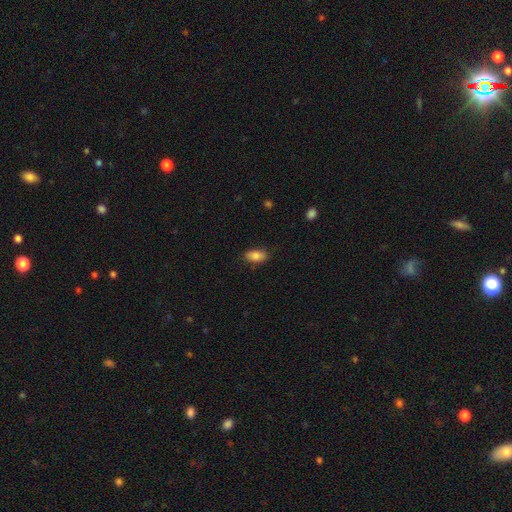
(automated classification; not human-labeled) The model was most divided on "merging": none: 82%, minor disturbance: 14%, major disturbance: 3%, merger: 1%. More confident: how rounded — in between (91%); smooth or featured — smooth (84%).